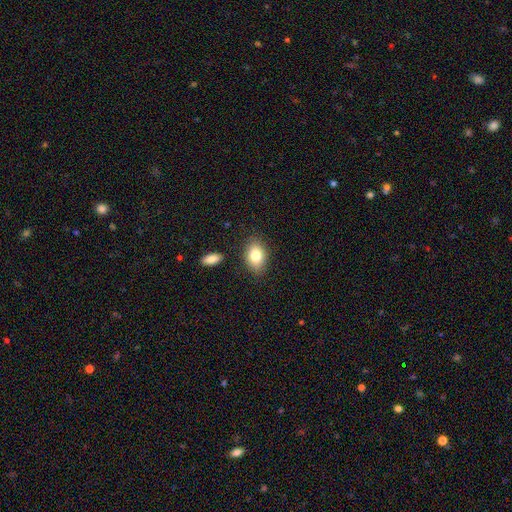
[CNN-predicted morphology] smooth 81%, featured or disk 11%, star or artifact 8%. Down the decision tree: how rounded — in between (84%); merging — none (84%).